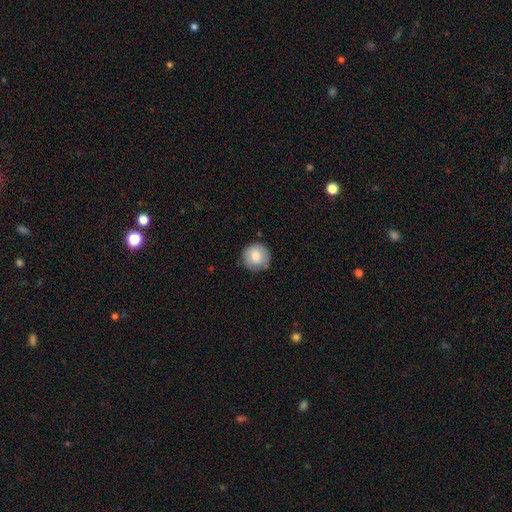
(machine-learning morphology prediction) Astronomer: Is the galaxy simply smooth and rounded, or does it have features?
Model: smooth — 79%.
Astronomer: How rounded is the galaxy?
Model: round — 93%.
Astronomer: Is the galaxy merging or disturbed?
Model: none — 84%.